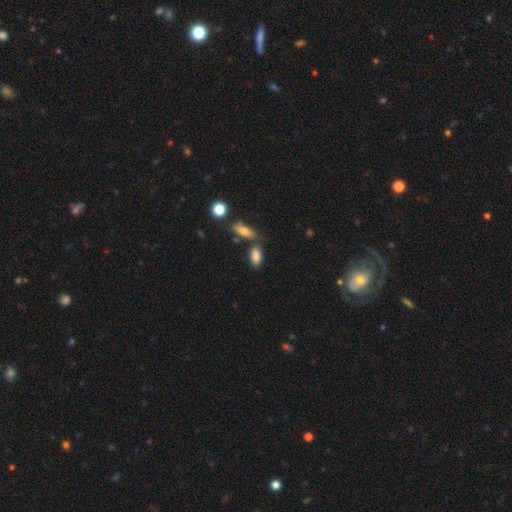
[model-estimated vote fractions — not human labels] Smooth or featured? smooth (84%)
How rounded? in between (84%)
Merging? none (63%)